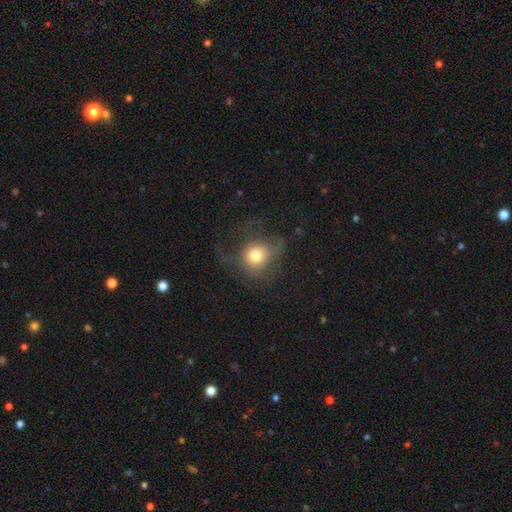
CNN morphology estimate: smooth 66%, featured or disk 22%, star or artifact 11%. Down the decision tree: how rounded — round (81%); merging — none (41%).